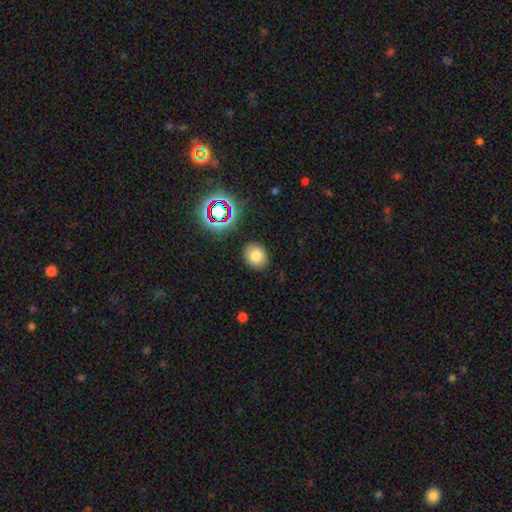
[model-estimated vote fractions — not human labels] The model was most divided on "how rounded": round: 67%, in between: 32%, cigar-shaped: 1%. More confident: merging — none (87%); smooth or featured — smooth (77%).